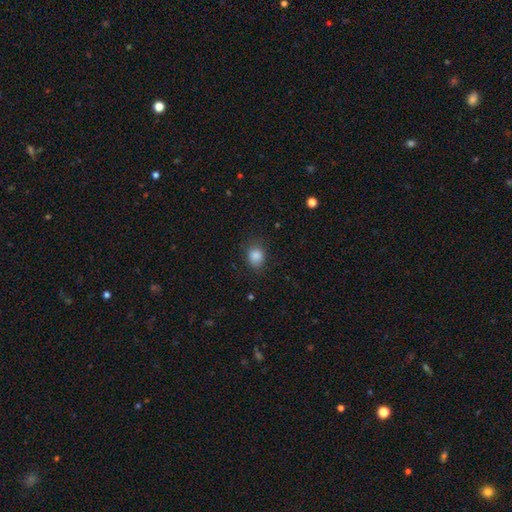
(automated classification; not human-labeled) This is clearly a smooth galaxy (85%). How rounded: possibly round (55%). Merging: likely none (77%).